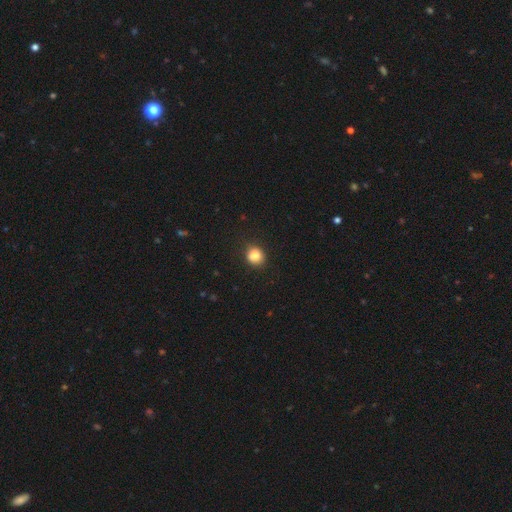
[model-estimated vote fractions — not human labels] This appears to be a smooth galaxy with no disk features (83%) that is round (75%). Merging: none (77%).